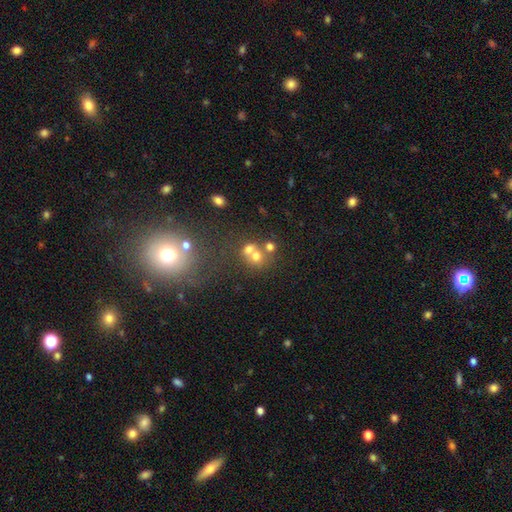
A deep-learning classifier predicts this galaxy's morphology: A smooth galaxy with no disk features (63%) that is round (77%). Merging: merger (52%).